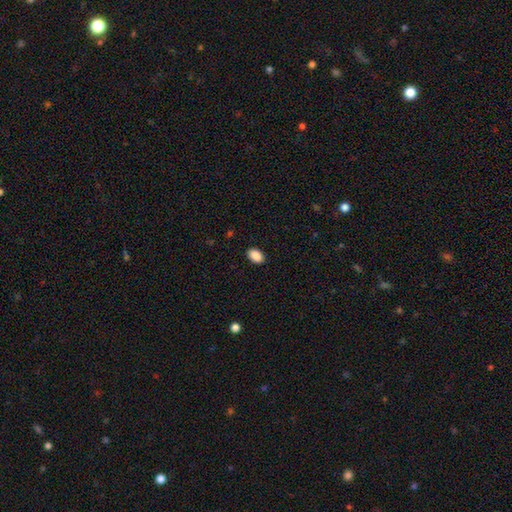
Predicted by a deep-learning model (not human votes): Smooth or featured? Predicted: smooth (p=0.90). How rounded? Predicted: in between (p=0.90). Merging? Predicted: none (p=0.89).